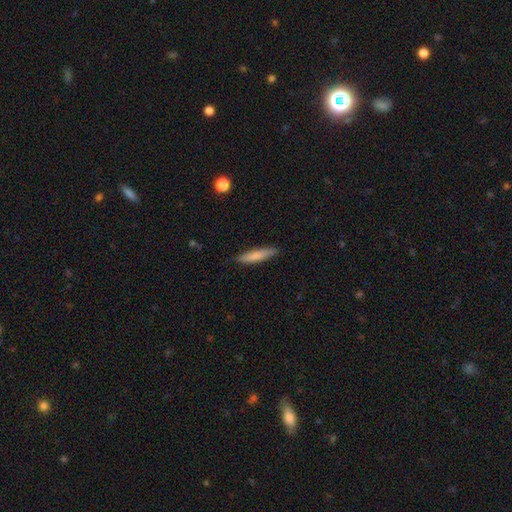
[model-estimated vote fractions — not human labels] smooth 78%, featured or disk 16%, star or artifact 6%. Down the decision tree: how rounded — cigar-shaped (84%); merging — none (86%).